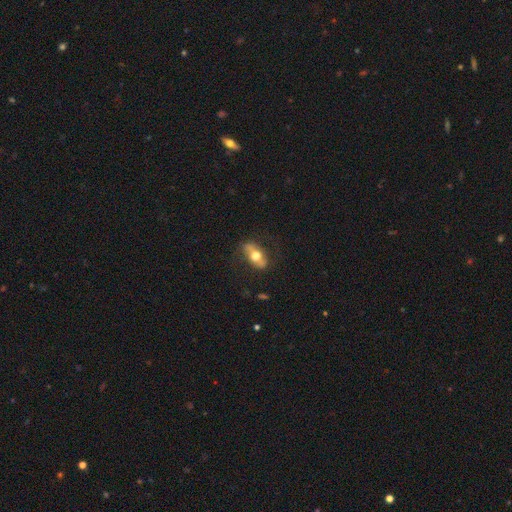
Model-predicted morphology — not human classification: Smooth or featured: smooth — 51% (featured or disk — 42%)
How rounded: in between — 81% (cigar-shaped — 10%)
Merging: none — 74% (minor disturbance — 17%)